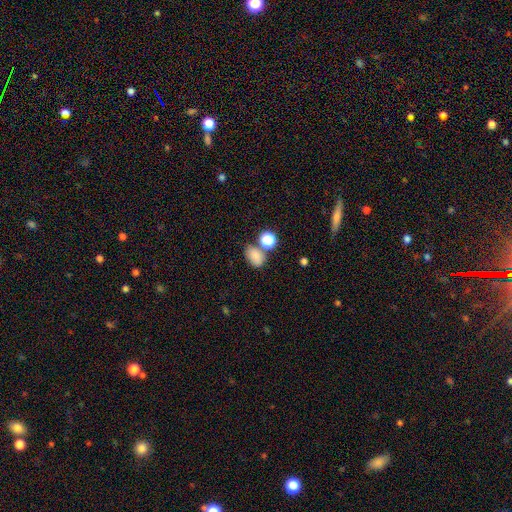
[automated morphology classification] Smooth or featured: smooth — 81% (star or artifact — 12%)
How rounded: in between — 77% (round — 21%)
Merging: none — 59% (merger — 20%)